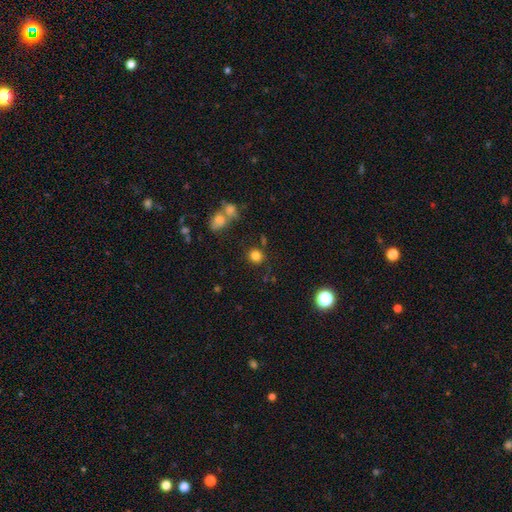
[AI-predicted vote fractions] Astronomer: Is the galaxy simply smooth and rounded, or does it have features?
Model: smooth — 81%.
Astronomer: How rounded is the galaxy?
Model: round — 87%.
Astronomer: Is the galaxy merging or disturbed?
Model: none — 81%.